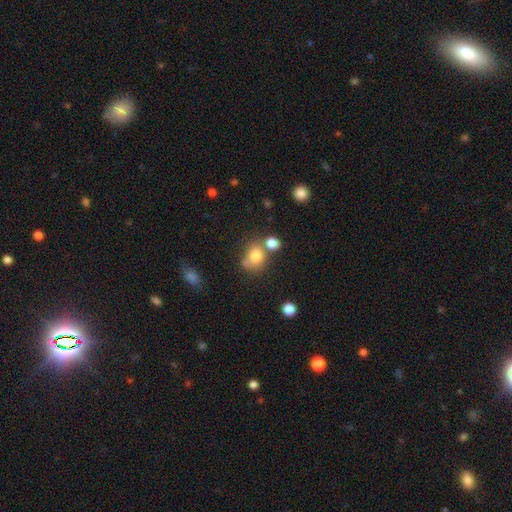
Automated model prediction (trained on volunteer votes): Q: Smooth or featured?
A: smooth (77%); runner-up: star or artifact (12%)
Q: How rounded?
A: round (61%); runner-up: in between (38%)
Q: Merging?
A: none (49%); runner-up: merger (29%)